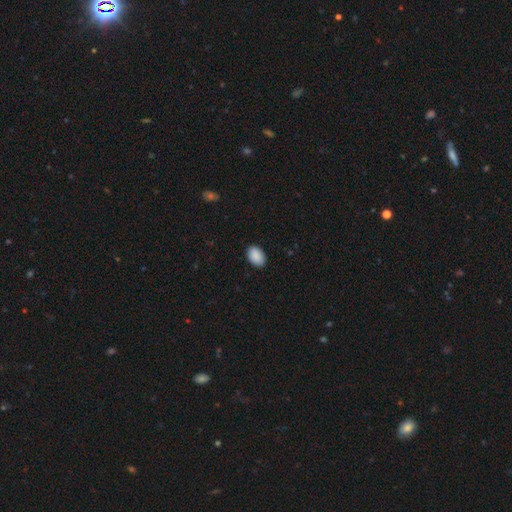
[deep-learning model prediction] Smooth or featured? Predicted: smooth (p=0.91). How rounded? Predicted: in between (p=0.88). Merging? Predicted: none (p=0.89).